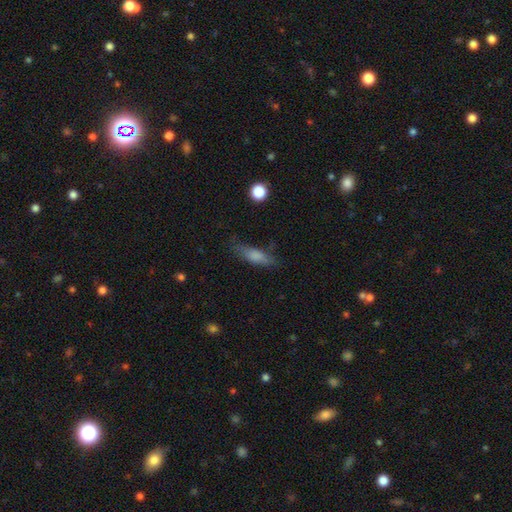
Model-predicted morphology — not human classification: smooth_or_featured: smooth (p=0.77) [alt: featured or disk p=0.15]
how_rounded: in between (p=0.54) [alt: cigar-shaped p=0.43]
merging: none (p=0.65) [alt: minor disturbance p=0.24]